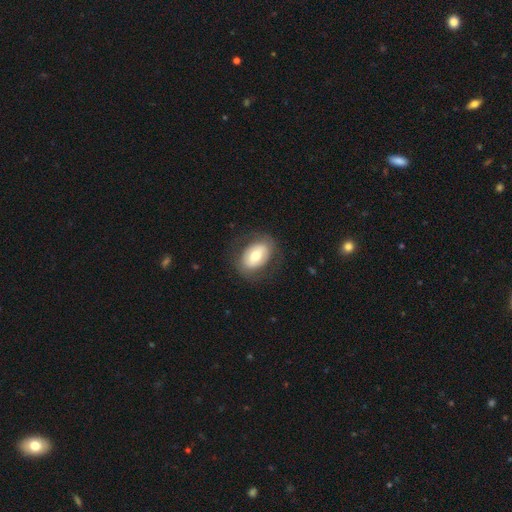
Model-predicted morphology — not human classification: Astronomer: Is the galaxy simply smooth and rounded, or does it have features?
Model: smooth — 61%.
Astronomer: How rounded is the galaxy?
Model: in between — 82%.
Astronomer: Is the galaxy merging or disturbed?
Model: none — 78%.